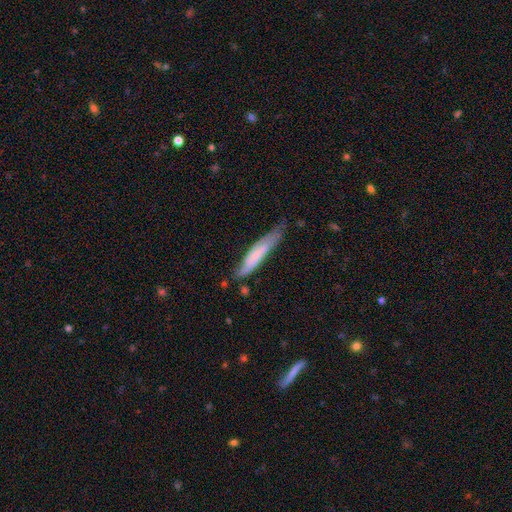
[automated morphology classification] smooth 48%, featured or disk 46%, star or artifact 6%. Down the decision tree: merging — none (58%).